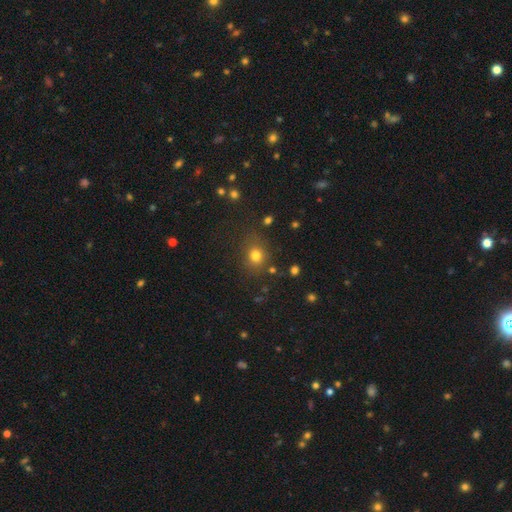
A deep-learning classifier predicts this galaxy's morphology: Q: Smooth or featured?
A: smooth (77%); runner-up: star or artifact (16%)
Q: How rounded?
A: round (71%); runner-up: in between (28%)
Q: Merging?
A: none (78%); runner-up: minor disturbance (13%)